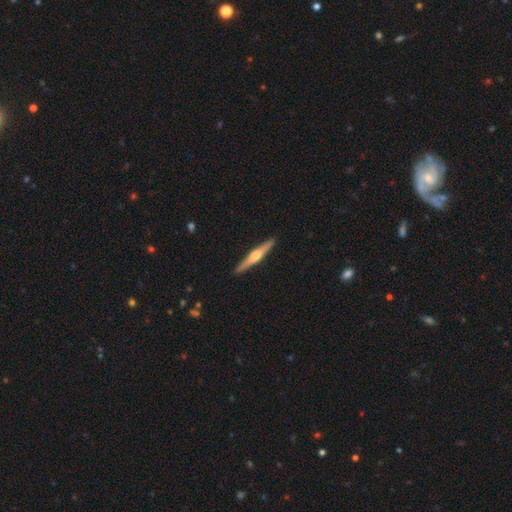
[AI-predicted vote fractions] Smooth or featured: featured or disk — 72% (smooth — 23%)
Edge-on disk: yes — 98% (no — 2%)
Edge-on bulge: rounded — 85% (boxy — 11%)
Merging: none — 92% (minor disturbance — 6%)